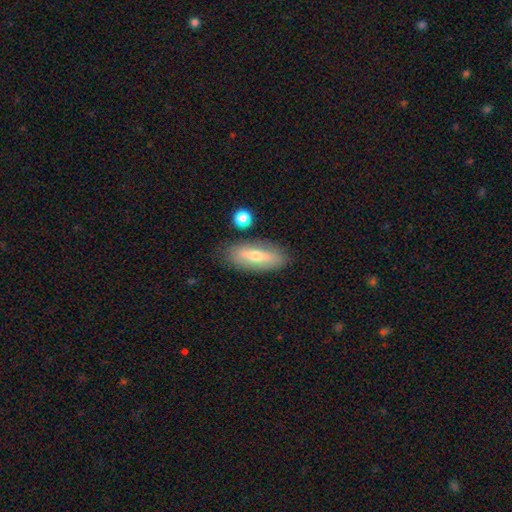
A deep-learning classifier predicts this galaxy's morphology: smooth_or_featured: smooth (p=0.55) [alt: featured or disk p=0.38]
how_rounded: in between (p=0.67) [alt: cigar-shaped p=0.30]
merging: none (p=0.80) [alt: minor disturbance p=0.13]